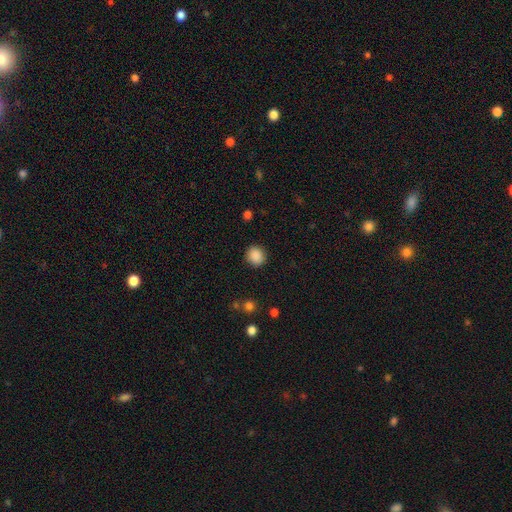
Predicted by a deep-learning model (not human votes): smooth 88%, star or artifact 9%, featured or disk 3%. Down the decision tree: how rounded — round (86%); merging — none (89%).